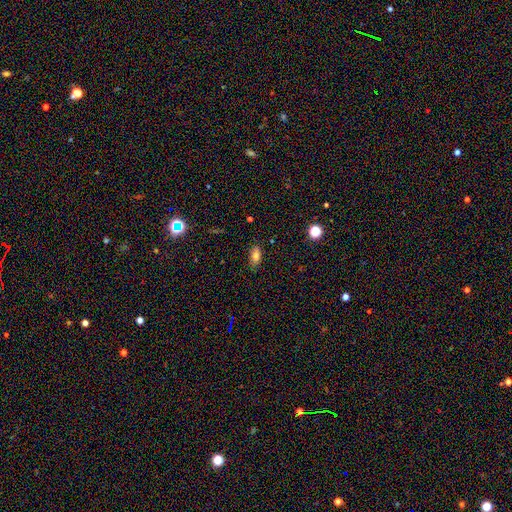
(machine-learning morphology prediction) A smooth galaxy with no disk features (76%) that is in between round and cigar-shaped (85%).

Vote fractions:
- Smooth or featured? smooth: 76% / featured or disk: 13% / star or artifact: 11%
- How rounded? in between: 85% / cigar-shaped: 9% / round: 5%
- Merging? none: 84% / minor disturbance: 12% / major disturbance: 2% / merger: 1%